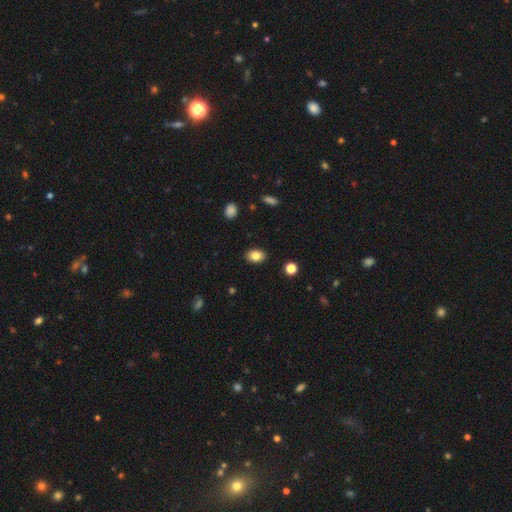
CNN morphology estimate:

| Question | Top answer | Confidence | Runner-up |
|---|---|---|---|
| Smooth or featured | smooth | 84% | star or artifact (9%) |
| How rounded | in between | 81% | round (18%) |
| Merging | none | 88% | minor disturbance (8%) |